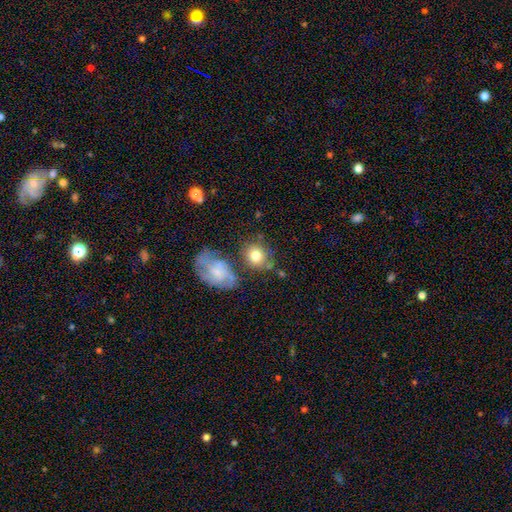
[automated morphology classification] Smooth or featured?
  - smooth: 74% *
  - featured or disk: 19%
  - star or artifact: 8%
How rounded?
  - round: 67% *
  - in between: 32%
  - cigar-shaped: 1%
Merging?
  - none: 60% *
  - merger: 17%
  - minor disturbance: 16%
  - major disturbance: 7%